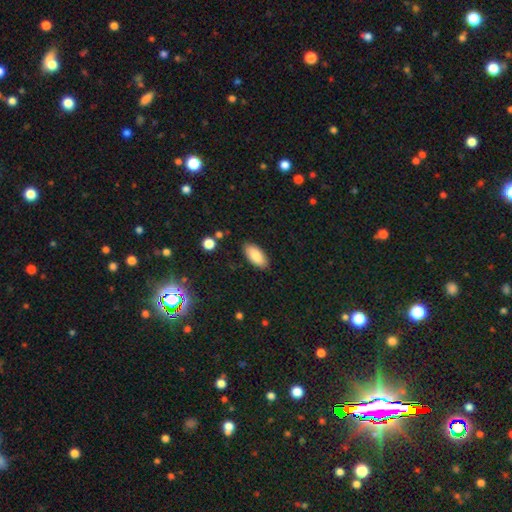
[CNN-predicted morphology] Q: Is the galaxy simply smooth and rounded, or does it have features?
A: smooth — 85%.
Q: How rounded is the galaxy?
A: in between — 91%.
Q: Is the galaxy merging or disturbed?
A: none — 86%.